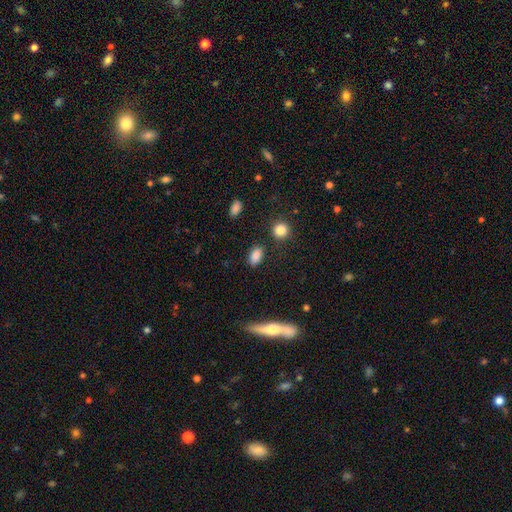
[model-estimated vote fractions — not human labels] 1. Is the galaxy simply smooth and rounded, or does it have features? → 85% smooth, 9% star or artifact, 6% featured or disk.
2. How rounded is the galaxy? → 87% in between, 8% round, 5% cigar-shaped.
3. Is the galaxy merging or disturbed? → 83% none, 11% minor disturbance, 3% merger, 3% major disturbance.